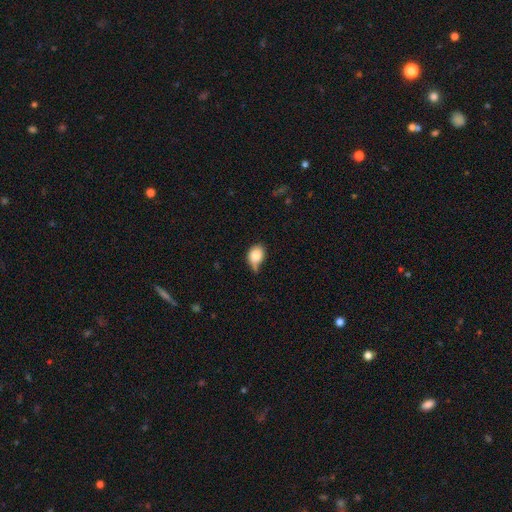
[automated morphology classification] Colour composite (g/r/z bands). It shows a smooth galaxy with no disk features (82%) that is in between round and cigar-shaped (60%). Merging: minor disturbance (40%).